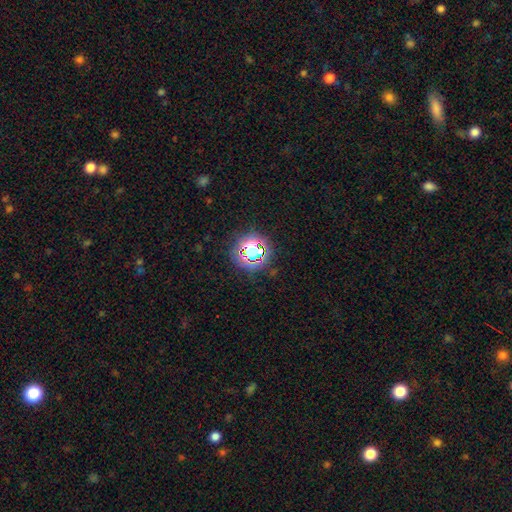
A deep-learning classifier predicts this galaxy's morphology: This appears to be a star or artifact, not a galaxy (61%).